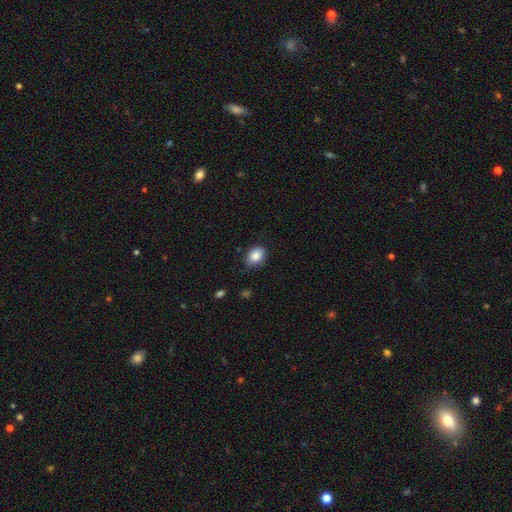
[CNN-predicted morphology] Smooth or featured? smooth (86%)
How rounded? in between (74%)
Merging? none (76%)